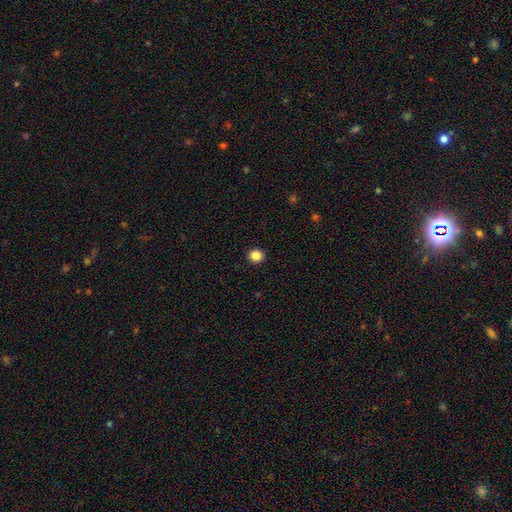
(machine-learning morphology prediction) A smooth galaxy with no disk features (86%) that is round (83%).

Vote fractions:
- Smooth or featured? smooth: 86% / star or artifact: 10% / featured or disk: 3%
- How rounded? round: 83% / in between: 16% / cigar-shaped: 1%
- Merging? none: 93% / minor disturbance: 5% / major disturbance: 2% / merger: 1%